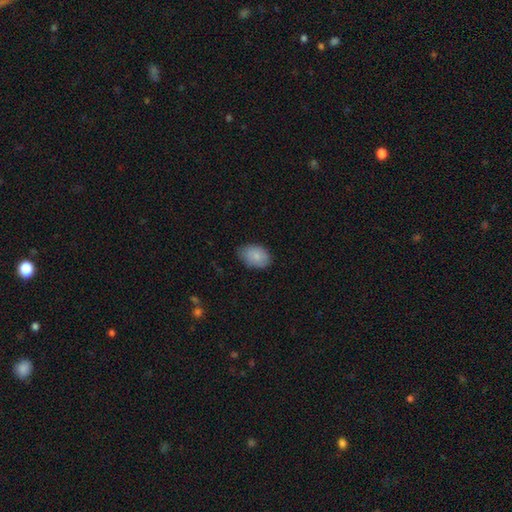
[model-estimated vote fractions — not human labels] A smooth galaxy with no disk features (85%) that is in between round and cigar-shaped (83%).

Vote fractions:
- Smooth or featured? smooth: 85% / featured or disk: 9% / star or artifact: 6%
- How rounded? in between: 83% / round: 15% / cigar-shaped: 1%
- Merging? none: 73% / minor disturbance: 22% / major disturbance: 4% / merger: 1%